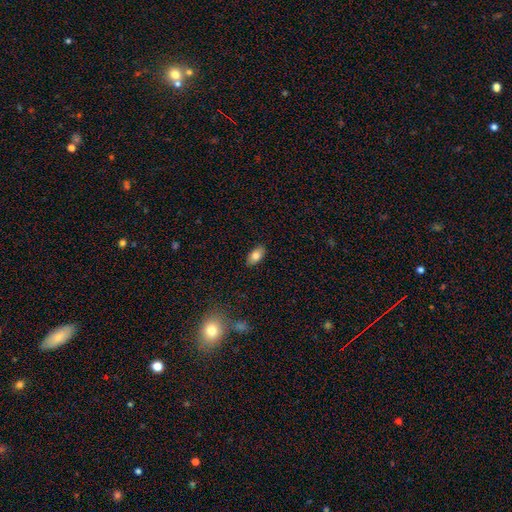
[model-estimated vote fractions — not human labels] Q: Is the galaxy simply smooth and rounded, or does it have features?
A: smooth — 80%.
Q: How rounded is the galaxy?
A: in between — 92%.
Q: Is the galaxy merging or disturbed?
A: none — 88%.